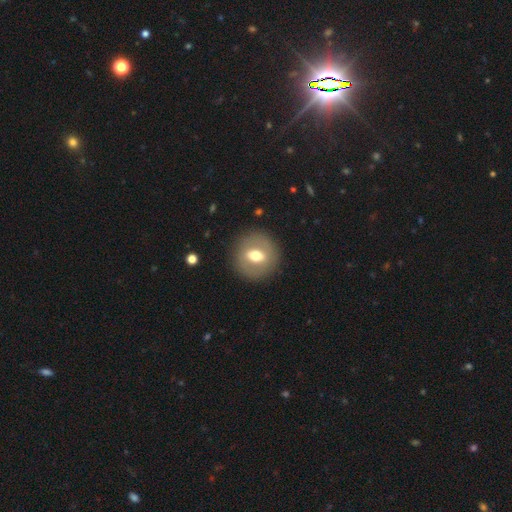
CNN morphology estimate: A smooth galaxy with no disk features (52%) that is round (77%). Merging: none (87%).